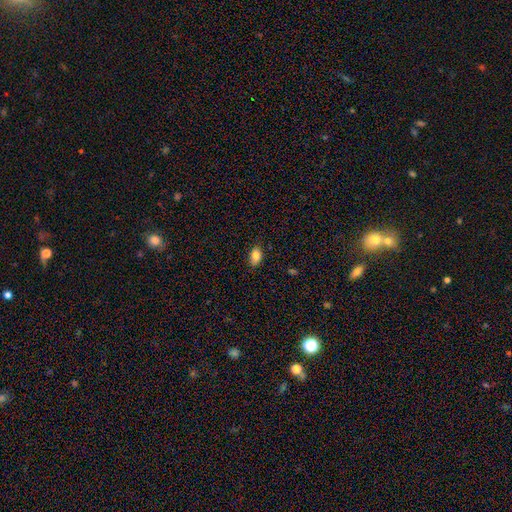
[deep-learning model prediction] Overall: smooth (86%). How rounded: in between (87%). Merging: none (83%).